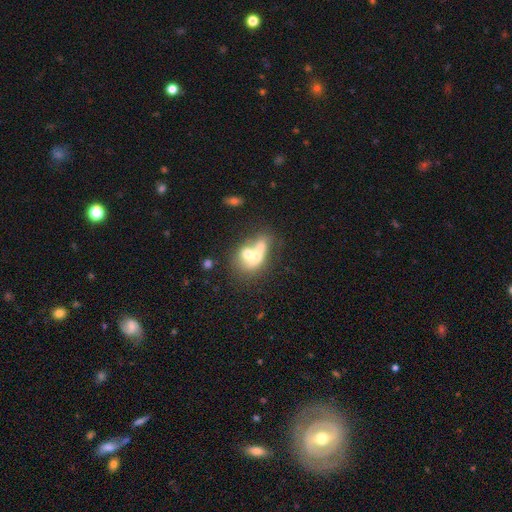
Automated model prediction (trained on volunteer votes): smooth_or_featured: smooth (p=0.49) [alt: featured or disk p=0.40]
merging: merger (p=0.62) [alt: none p=0.21]